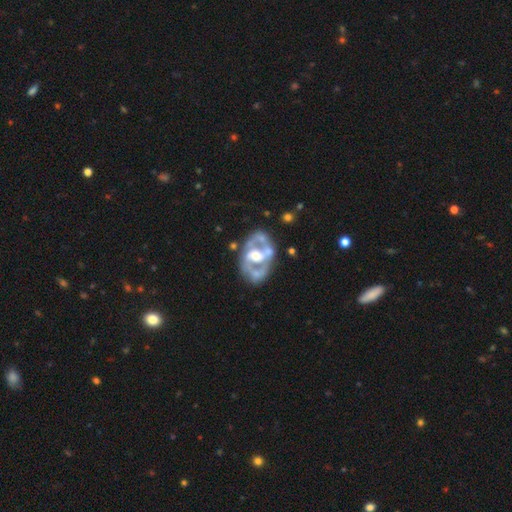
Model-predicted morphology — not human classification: A featured or disk galaxy (82%) with no bar (39%), spiral arms (60%) and a moderate central bulge (66%). Merging: none (65%).